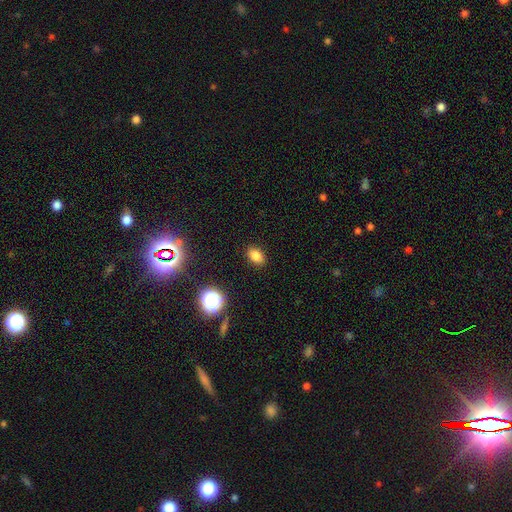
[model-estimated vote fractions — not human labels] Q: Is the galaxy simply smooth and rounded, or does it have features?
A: smooth — 83%.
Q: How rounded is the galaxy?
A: in between — 81%.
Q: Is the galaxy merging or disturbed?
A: none — 88%.